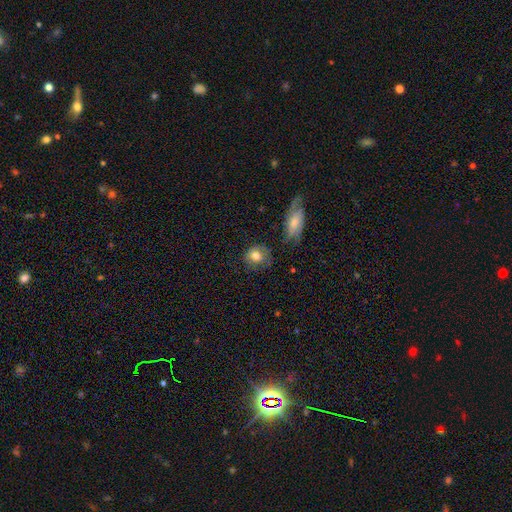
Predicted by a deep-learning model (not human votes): The model was most divided on "merging": none: 68%, minor disturbance: 21%, major disturbance: 7%, merger: 4%. More confident: smooth or featured — smooth (77%); how rounded — round (74%).